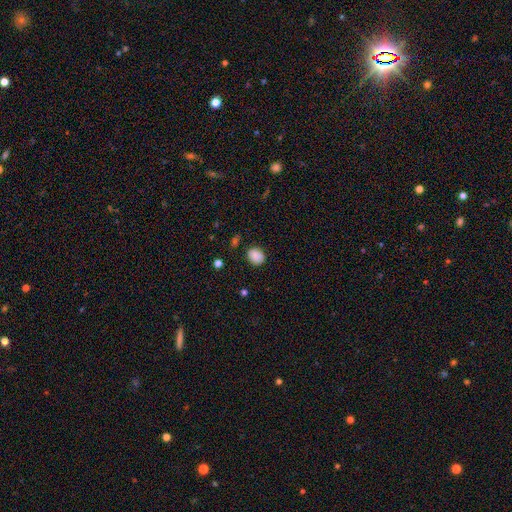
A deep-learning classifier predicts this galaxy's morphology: smooth_or_featured: smooth (p=0.87) [alt: star or artifact p=0.09]
how_rounded: round (p=0.55) [alt: in between p=0.44]
merging: none (p=0.82) [alt: minor disturbance p=0.13]